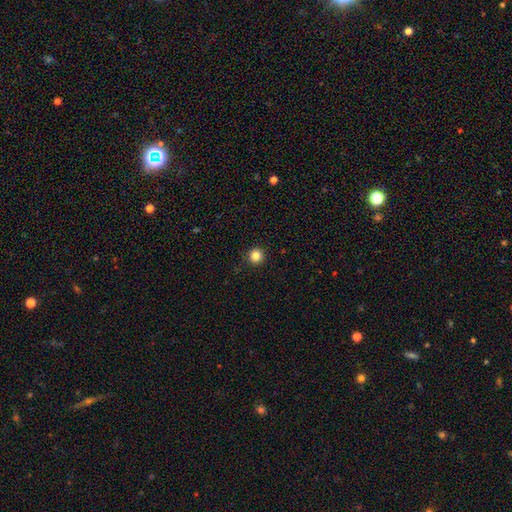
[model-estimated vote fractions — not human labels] A smooth galaxy with no disk features (85%) that is round (96%).

Vote fractions:
- Smooth or featured? smooth: 85% / star or artifact: 12% / featured or disk: 4%
- How rounded? round: 96% / in between: 3% / cigar-shaped: 1%
- Merging? none: 92% / minor disturbance: 5% / major disturbance: 2% / merger: 1%